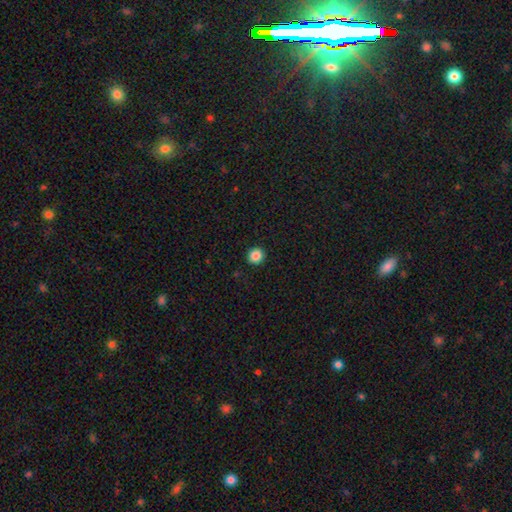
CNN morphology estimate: type=smooth (87%); roundness=round (92%); merging=none (93%).